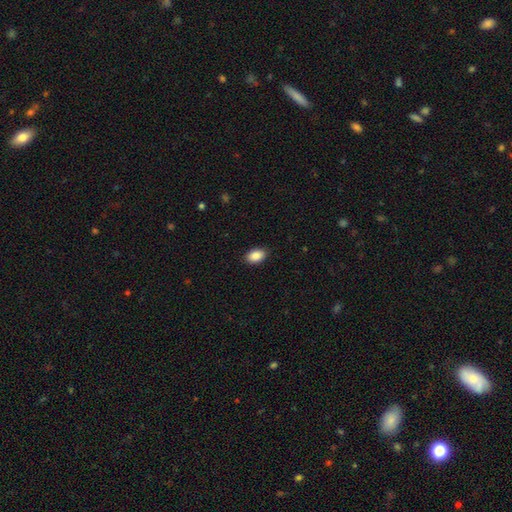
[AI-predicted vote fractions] The model was most divided on "how rounded": in between: 88%, round: 10%, cigar-shaped: 1%. More confident: smooth or featured — smooth (89%); merging — none (89%).